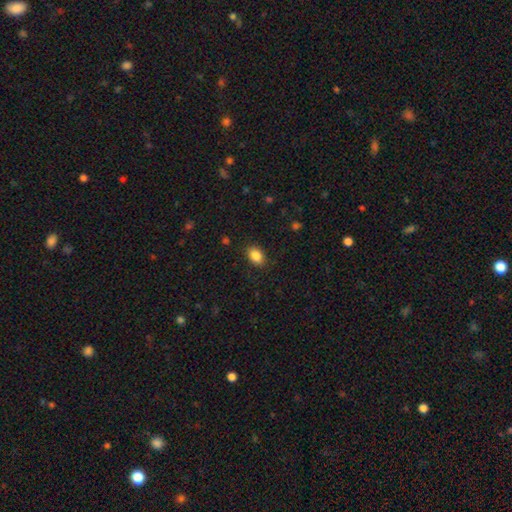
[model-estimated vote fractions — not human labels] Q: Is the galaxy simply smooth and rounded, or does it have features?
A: smooth — 87%.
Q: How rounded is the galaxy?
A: in between — 83%.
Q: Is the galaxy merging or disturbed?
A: none — 87%.